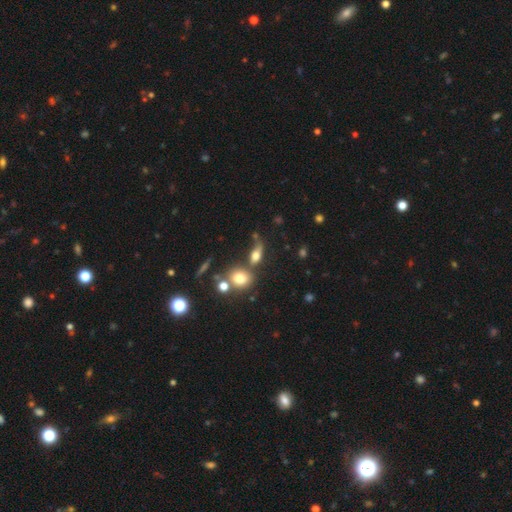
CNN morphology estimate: A smooth galaxy with no disk features (66%) that is in between round and cigar-shaped (64%).

Vote fractions:
- Smooth or featured? smooth: 66% / featured or disk: 20% / star or artifact: 14%
- How rounded? in between: 64% / round: 24% / cigar-shaped: 12%
- Merging? none: 42% / merger: 25% / minor disturbance: 18% / major disturbance: 14%